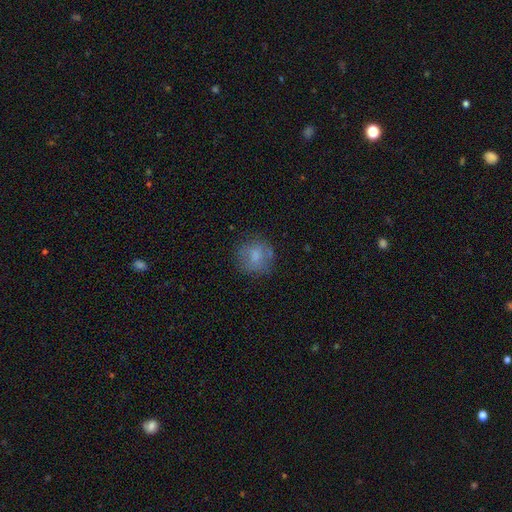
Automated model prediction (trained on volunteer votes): Overall: smooth (70%). How rounded: round (84%). Merging: none (71%).